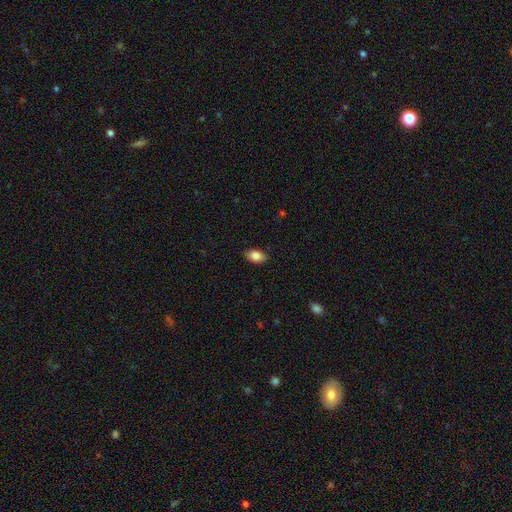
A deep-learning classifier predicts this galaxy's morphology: smooth-or-featured: smooth: 86% | star or artifact: 7% | featured or disk: 7%
  how-rounded: in between: 91% | round: 7% | cigar-shaped: 2%
  merging: none: 86% | minor disturbance: 11% | major disturbance: 2% | merger: 1%